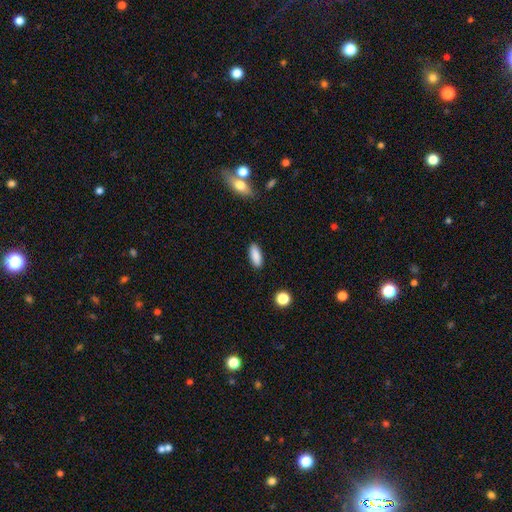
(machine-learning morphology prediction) This appears to be a smooth galaxy with no disk features (88%) that is in between round and cigar-shaped (68%). Merging: none (89%).